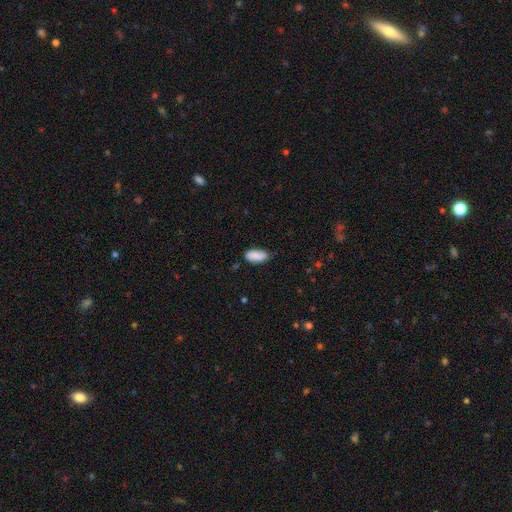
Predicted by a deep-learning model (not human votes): Q: Smooth or featured?
A: smooth (87%); runner-up: star or artifact (7%)
Q: How rounded?
A: in between (89%); runner-up: cigar-shaped (9%)
Q: Merging?
A: none (73%); runner-up: minor disturbance (22%)